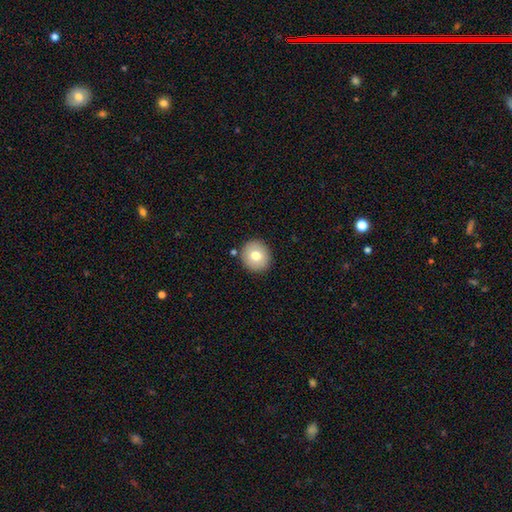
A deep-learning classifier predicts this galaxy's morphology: Overall: smooth (76%). How rounded: round (90%). Merging: none (88%).